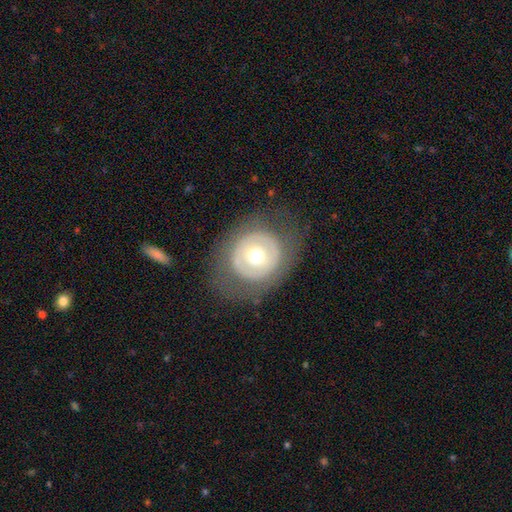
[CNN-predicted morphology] Overall: featured or disk (53%; smooth 40%). Edge-on disk: no (95%). Bar: no (79%). Spiral arms: no (86%). Bulge size: moderate (69%). Merging: none (74%).